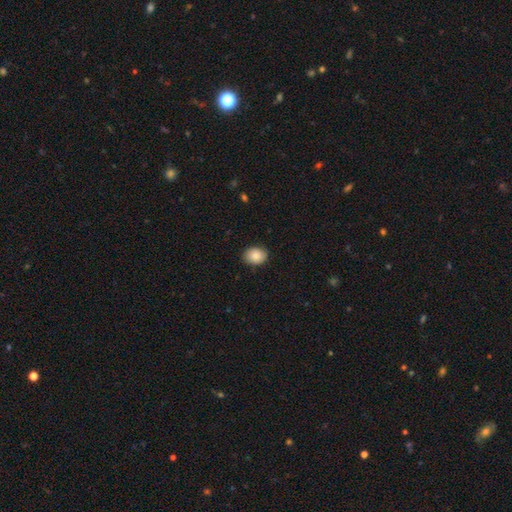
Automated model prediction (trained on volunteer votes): smooth 87%, star or artifact 7%, featured or disk 5%. Down the decision tree: how rounded — in between (62%); merging — none (88%).